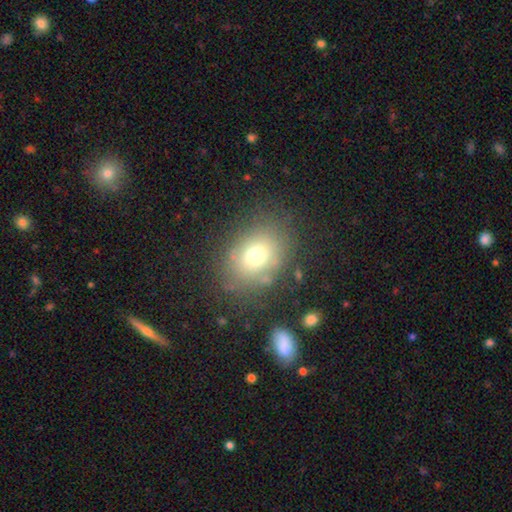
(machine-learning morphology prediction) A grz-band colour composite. It shows a smooth galaxy with no disk features (70%) that is in between round and cigar-shaped (56%). Merging: none (74%).